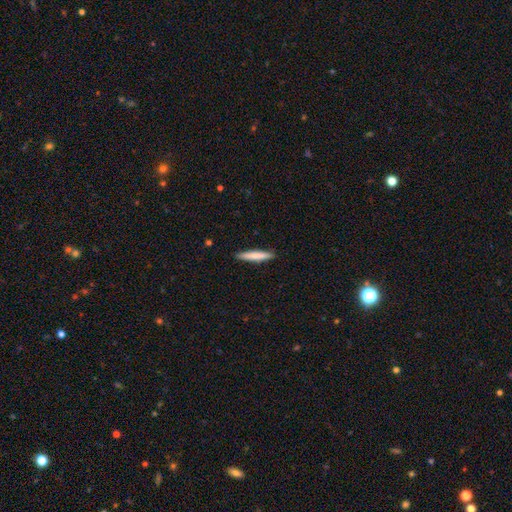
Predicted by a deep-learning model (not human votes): Q: Smooth or featured?
A: smooth (75%); runner-up: featured or disk (20%)
Q: How rounded?
A: cigar-shaped (92%); runner-up: in between (7%)
Q: Merging?
A: none (91%); runner-up: minor disturbance (6%)